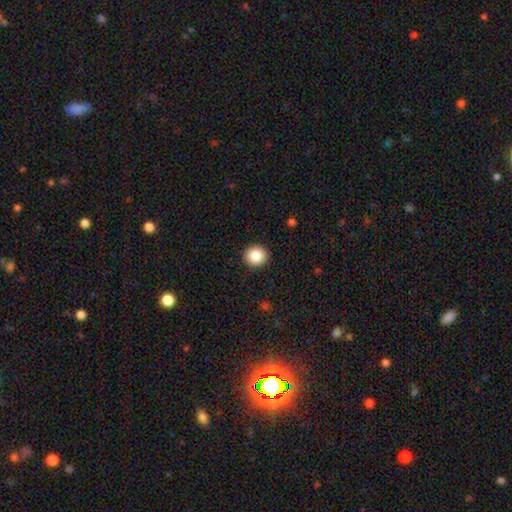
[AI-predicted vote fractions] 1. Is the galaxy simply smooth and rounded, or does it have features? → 87% smooth, 9% star or artifact, 4% featured or disk.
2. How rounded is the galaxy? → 91% round, 8% in between, 1% cigar-shaped.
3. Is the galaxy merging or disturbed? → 91% none, 6% minor disturbance, 2% major disturbance, 1% merger.